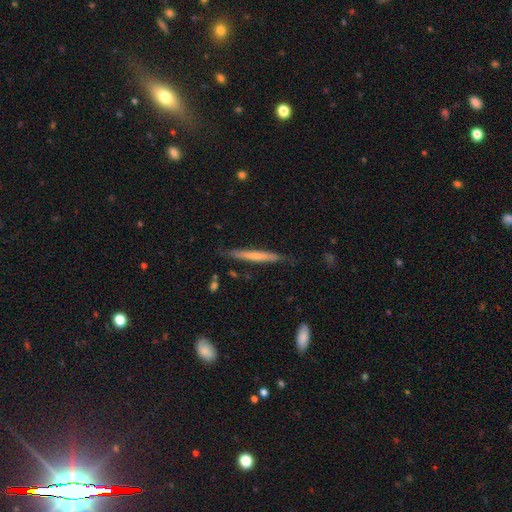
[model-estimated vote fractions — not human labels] A smooth galaxy with no disk features (50%). Merging: none (81%).